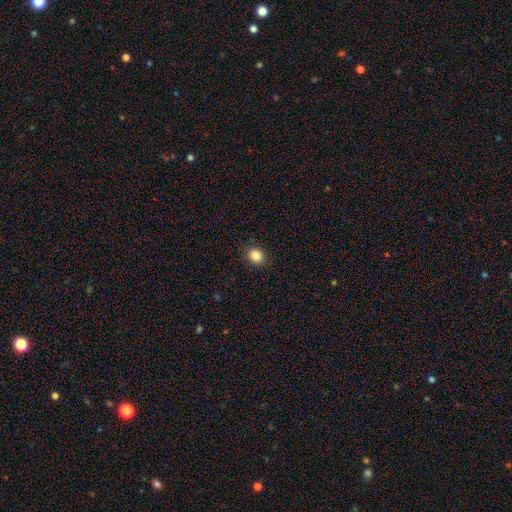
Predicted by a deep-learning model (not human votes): Q: Smooth or featured?
A: smooth (86%); runner-up: star or artifact (10%)
Q: How rounded?
A: round (75%); runner-up: in between (24%)
Q: Merging?
A: none (90%); runner-up: minor disturbance (7%)